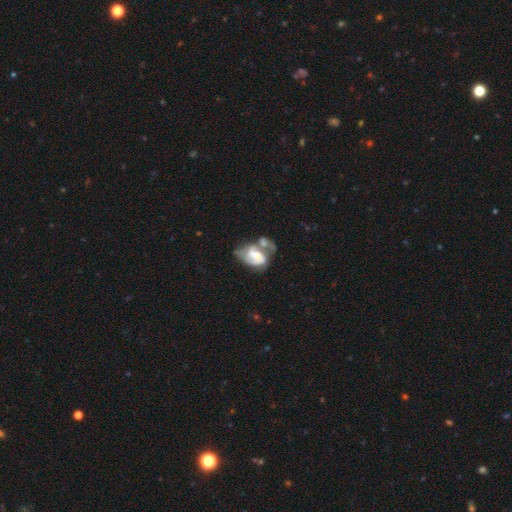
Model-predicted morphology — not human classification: smooth_or_featured: featured or disk (p=0.69) [alt: smooth p=0.25]
disk_edge_on: no (p=0.97) [alt: yes p=0.03]
bar: no (p=0.40) [tied with: weak p=0.40]
has_spiral_arms: yes (p=0.75) [alt: no p=0.25]
bulge_size: moderate (p=0.50) [alt: small p=0.32]
merging: merger (p=0.44) [alt: none p=0.21]